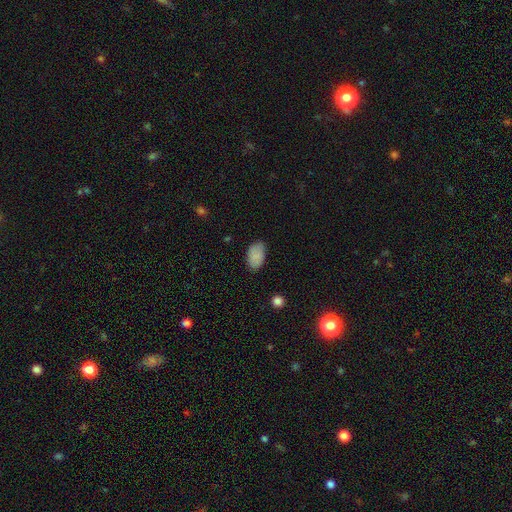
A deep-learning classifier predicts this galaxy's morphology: Smooth or featured? smooth (88%)
How rounded? in between (93%)
Merging? none (80%)